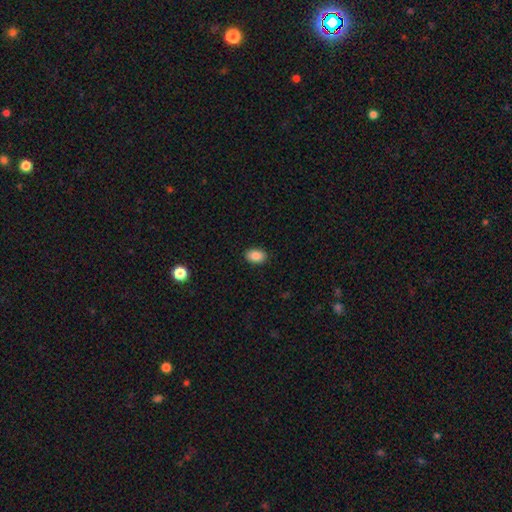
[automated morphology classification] smooth_or_featured: smooth (p=0.88) [alt: star or artifact p=0.08]
how_rounded: in between (p=0.85) [alt: round p=0.14]
merging: none (p=0.90) [alt: minor disturbance p=0.07]